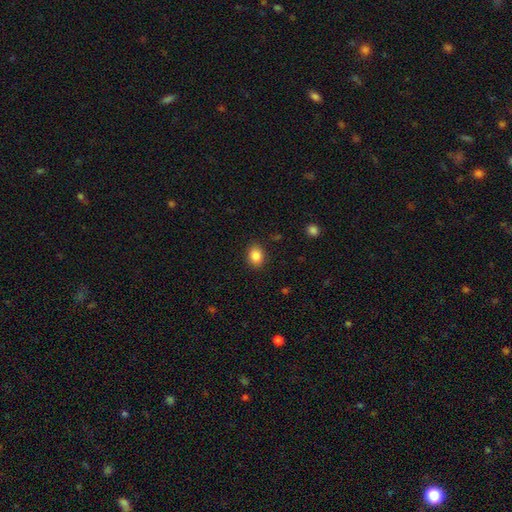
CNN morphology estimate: type=smooth (86%); roundness=in between (54%); merging=none (88%).